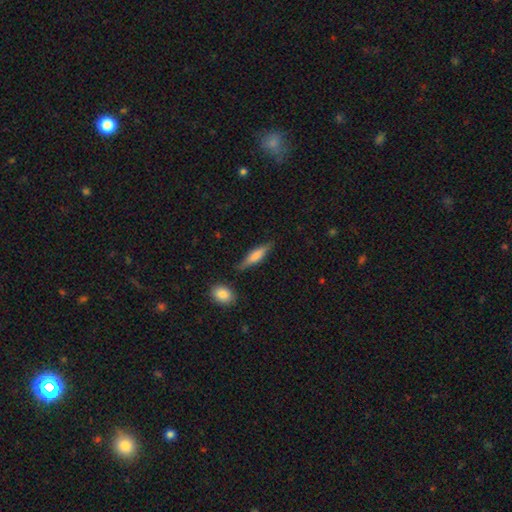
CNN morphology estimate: smooth_or_featured: smooth (p=0.57) [alt: featured or disk p=0.37]
how_rounded: cigar-shaped (p=0.70) [alt: in between p=0.28]
merging: none (p=0.80) [alt: minor disturbance p=0.13]